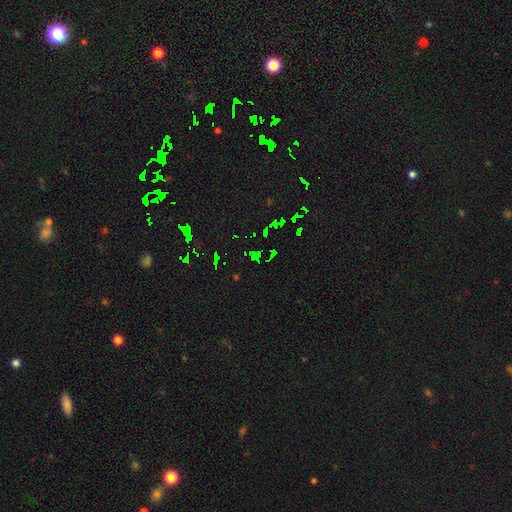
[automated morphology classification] star or artifact 75%, smooth 15%, featured or disk 10%.